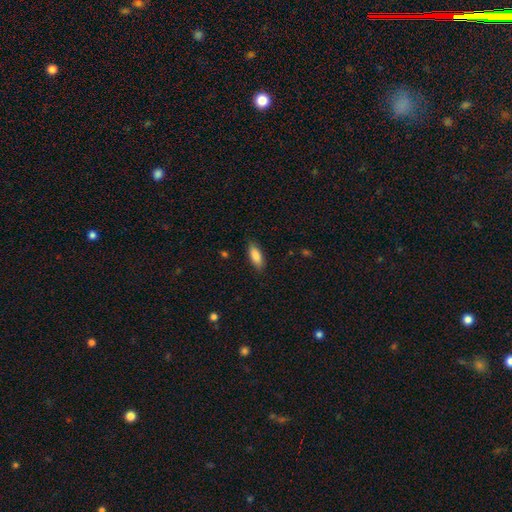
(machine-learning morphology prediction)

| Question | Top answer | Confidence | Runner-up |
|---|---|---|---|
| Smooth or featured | smooth | 87% | featured or disk (7%) |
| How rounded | in between | 77% | cigar-shaped (21%) |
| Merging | none | 85% | minor disturbance (11%) |